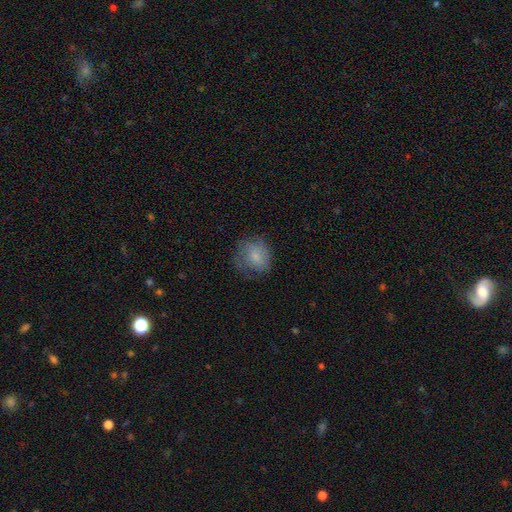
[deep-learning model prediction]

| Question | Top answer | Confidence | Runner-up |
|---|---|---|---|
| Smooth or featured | smooth | 72% | featured or disk (19%) |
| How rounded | round | 75% | in between (24%) |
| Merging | none | 61% | minor disturbance (25%) |